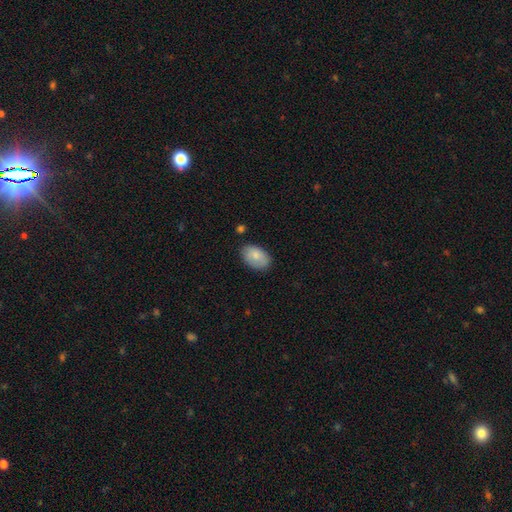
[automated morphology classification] This is clearly a smooth galaxy (82%). How rounded: clearly in between (90%). Merging: clearly none (81%).